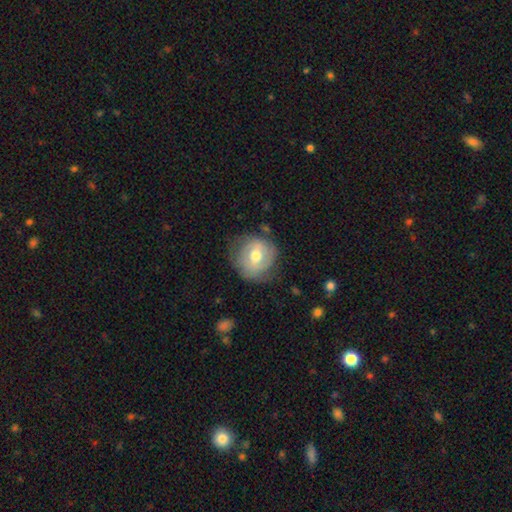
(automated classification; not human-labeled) The model was most divided on "smooth or featured": featured or disk: 47%, smooth: 46%, star or artifact: 7%. More confident: merging — none (67%).